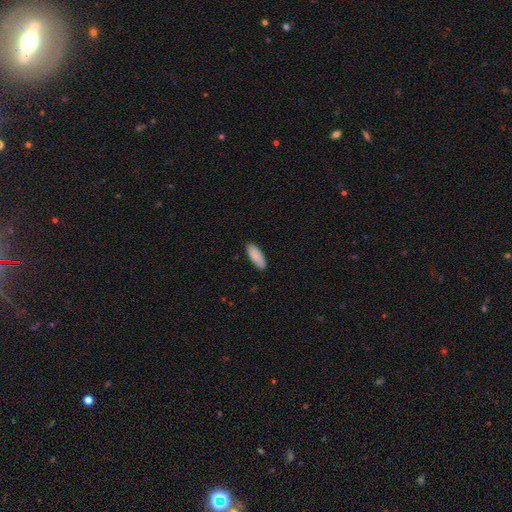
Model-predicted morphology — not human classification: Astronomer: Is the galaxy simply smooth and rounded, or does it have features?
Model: smooth — 87%.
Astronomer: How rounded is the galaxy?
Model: in between — 69%.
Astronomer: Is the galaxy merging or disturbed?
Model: none — 84%.